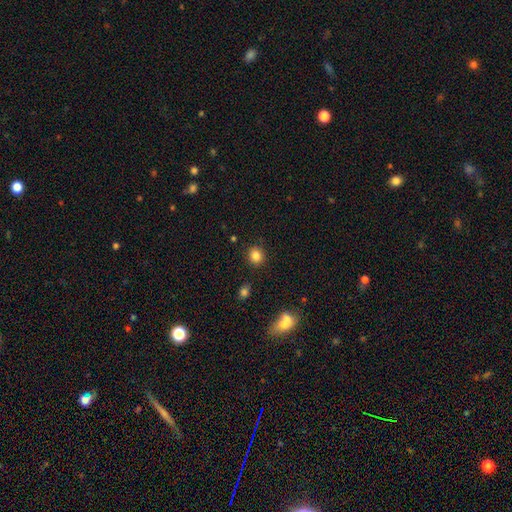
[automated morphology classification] Smooth or featured?
  - smooth: 85% *
  - star or artifact: 11%
  - featured or disk: 5%
How rounded?
  - round: 83% *
  - in between: 16%
  - cigar-shaped: 1%
Merging?
  - none: 88% *
  - minor disturbance: 7%
  - major disturbance: 2%
  - merger: 2%